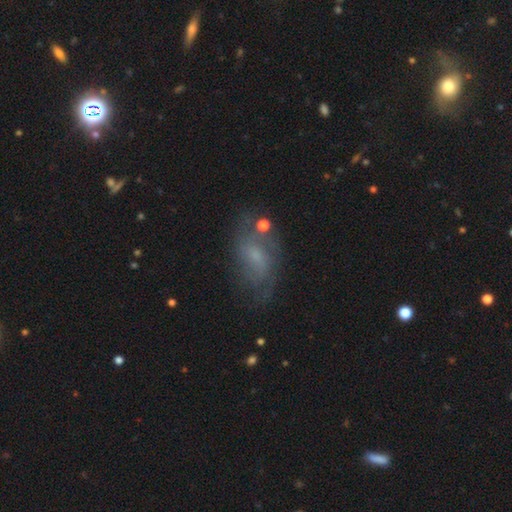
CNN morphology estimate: smooth-or-featured: featured or disk: 46% | smooth: 41% | star or artifact: 13%
  merging: none: 60% | minor disturbance: 23% | major disturbance: 13% | merger: 5%